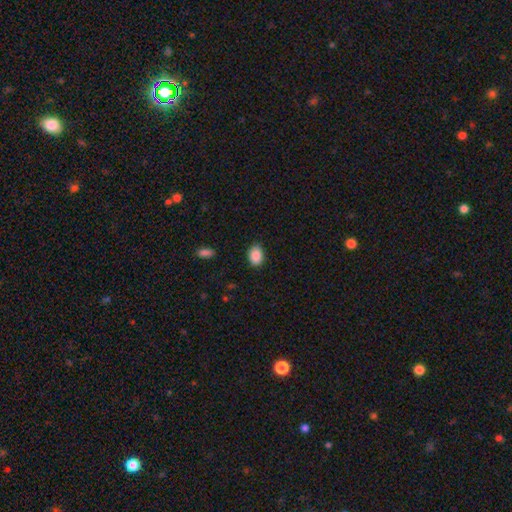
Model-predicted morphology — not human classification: smooth_or_featured: smooth (p=0.88) [alt: star or artifact p=0.08]
how_rounded: in between (p=0.79) [alt: round p=0.20]
merging: none (p=0.85) [alt: minor disturbance p=0.12]